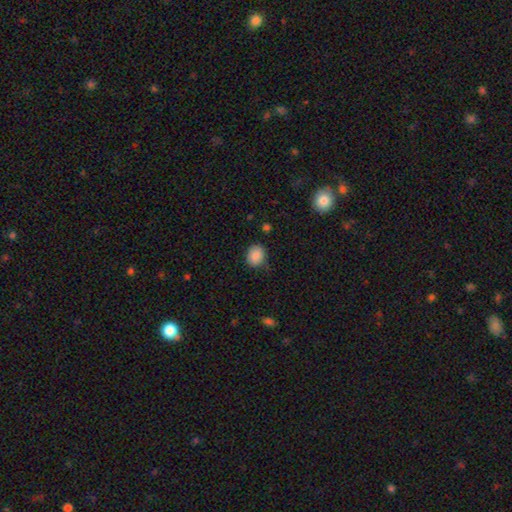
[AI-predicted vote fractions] Q: Smooth or featured?
A: smooth (87%); runner-up: star or artifact (9%)
Q: How rounded?
A: round (57%); runner-up: in between (43%)
Q: Merging?
A: none (78%); runner-up: minor disturbance (17%)